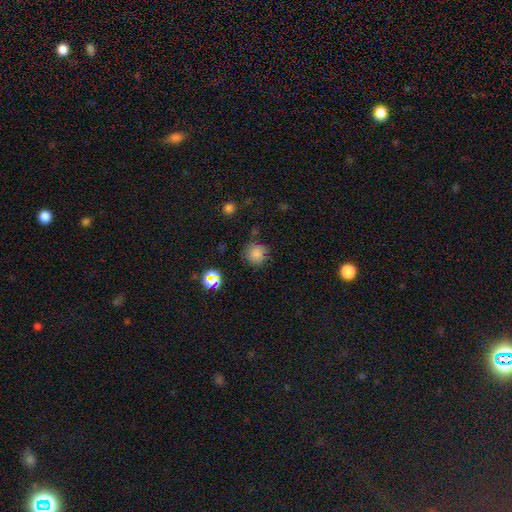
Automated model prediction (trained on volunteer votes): A smooth galaxy with no disk features (77%) that is round (93%). Merging: none (82%).